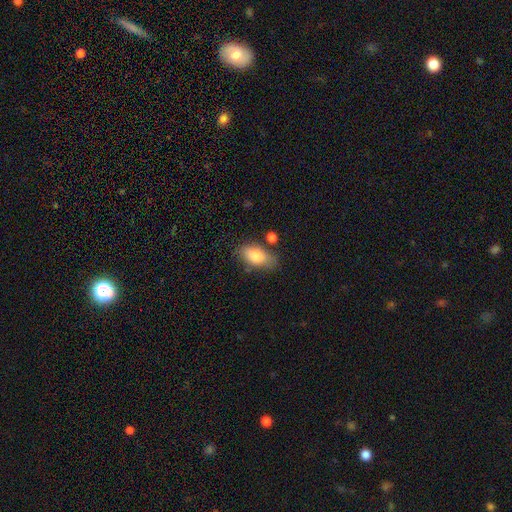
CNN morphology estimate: Smooth or featured? smooth (80%)
How rounded? in between (89%)
Merging? none (69%)